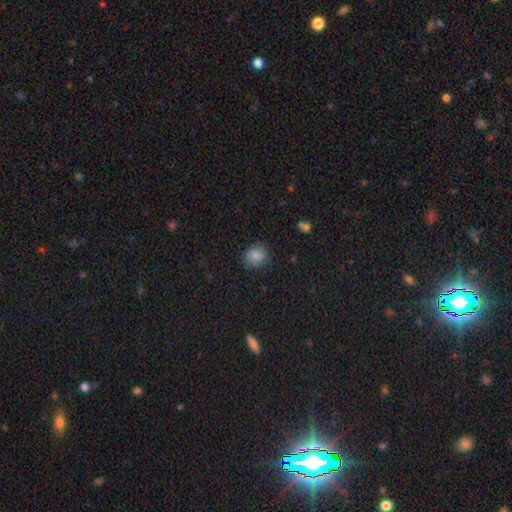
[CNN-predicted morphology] type=smooth (84%); roundness=round (74%); merging=none (81%).